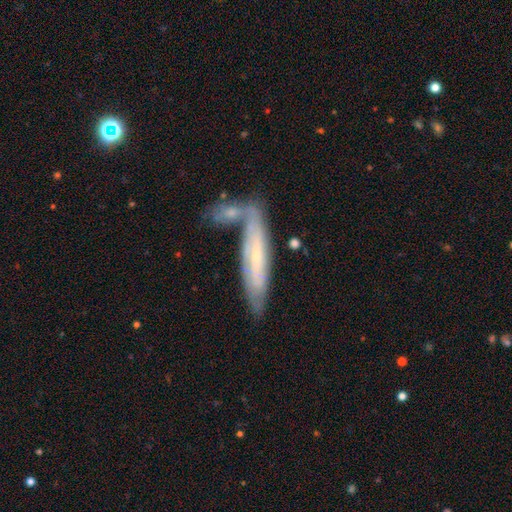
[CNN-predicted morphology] Smooth or featured? featured or disk (61%)
Edge-on disk? no (53%)
Merging? none (46%)